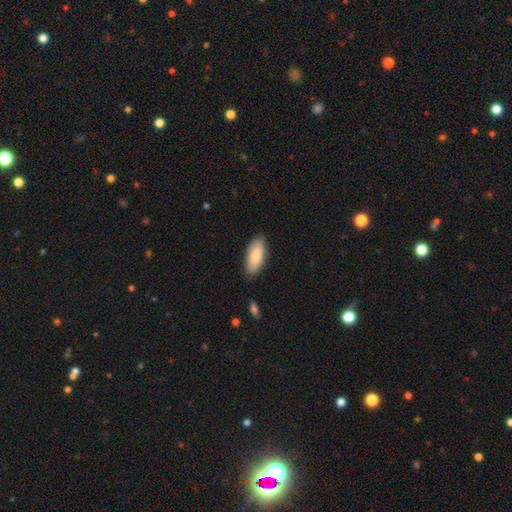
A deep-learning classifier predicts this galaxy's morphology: type=smooth (82%); roundness=in between (86%); merging=none (84%).